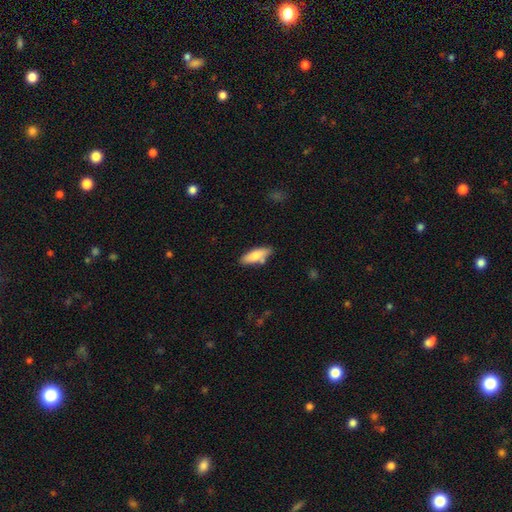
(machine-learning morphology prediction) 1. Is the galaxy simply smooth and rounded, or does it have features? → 75% smooth, 19% featured or disk, 6% star or artifact.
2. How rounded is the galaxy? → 62% in between, 36% cigar-shaped, 2% round.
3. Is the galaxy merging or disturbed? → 74% none, 15% minor disturbance, 8% merger, 3% major disturbance.